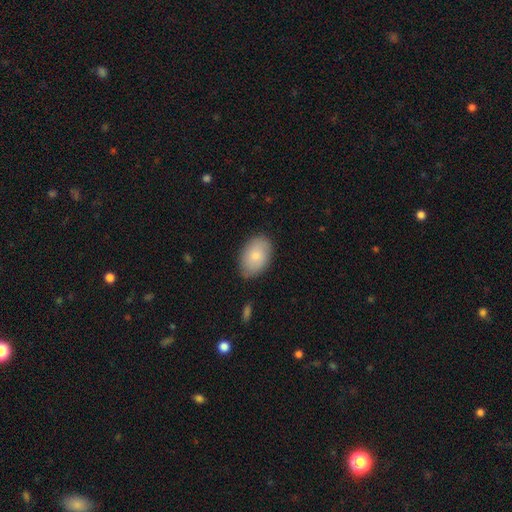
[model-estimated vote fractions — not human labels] The model was most divided on "smooth or featured": smooth: 80%, featured or disk: 14%, star or artifact: 6%. More confident: how rounded — in between (89%); merging — none (82%).